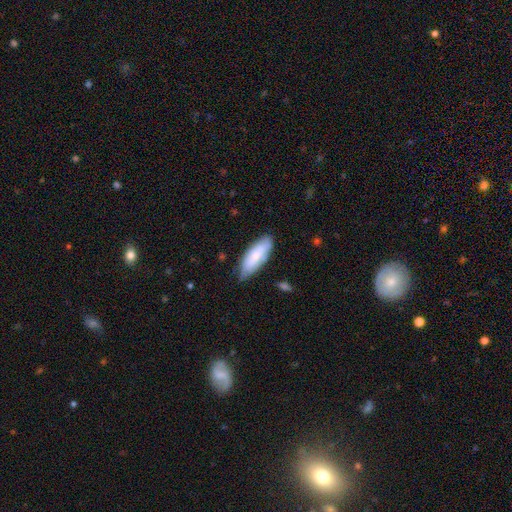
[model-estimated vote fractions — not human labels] smooth_or_featured: smooth (p=0.73) [alt: featured or disk p=0.22]
how_rounded: in between (p=0.73) [alt: cigar-shaped p=0.26]
merging: none (p=0.69) [alt: minor disturbance p=0.25]